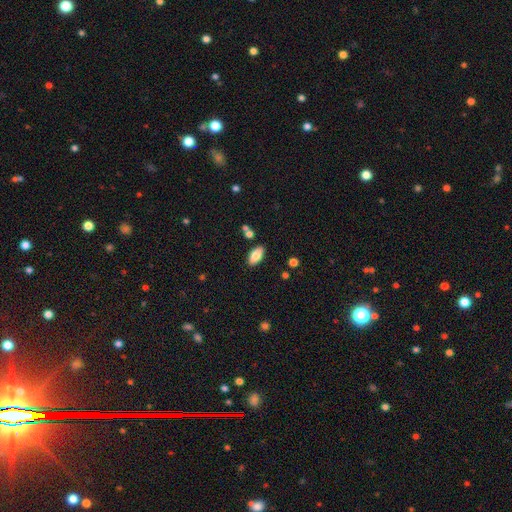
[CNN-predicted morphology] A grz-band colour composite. It shows a smooth galaxy with no disk features (81%) that is in between round and cigar-shaped (91%). Merging: none (85%).